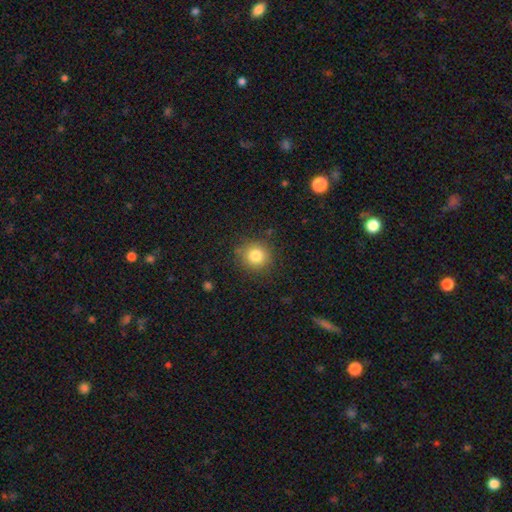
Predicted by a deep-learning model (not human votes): Smooth or featured? Predicted: smooth (p=0.81). How rounded? Predicted: round (p=0.89). Merging? Predicted: none (p=0.85).